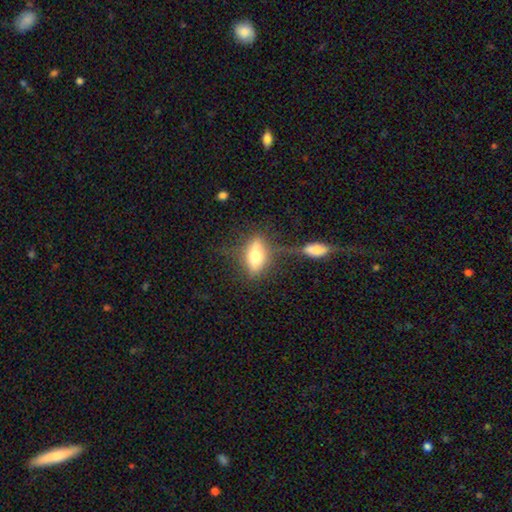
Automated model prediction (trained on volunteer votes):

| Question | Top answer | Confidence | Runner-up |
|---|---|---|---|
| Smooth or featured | smooth | 51% | featured or disk (40%) |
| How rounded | in between | 72% | cigar-shaped (22%) |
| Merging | none | 53% | minor disturbance (17%) |